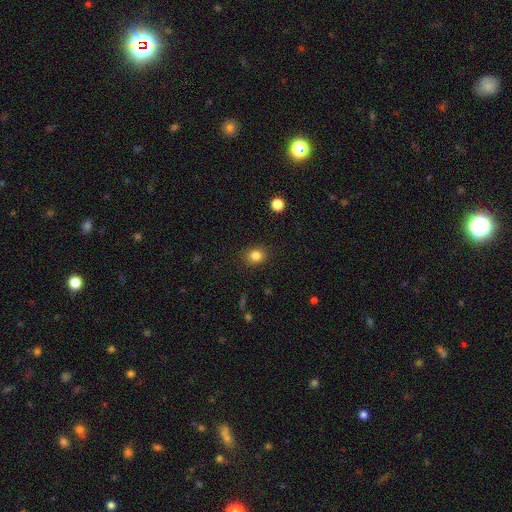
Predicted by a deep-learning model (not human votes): The model was most divided on "how rounded": round: 72%, in between: 27%, cigar-shaped: 1%. More confident: merging — none (89%); smooth or featured — smooth (82%).